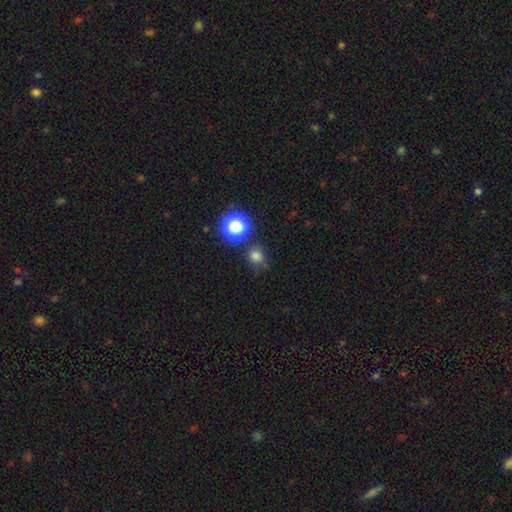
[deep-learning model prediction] Overall: smooth (75%). How rounded: round (87%). Merging: none (76%).